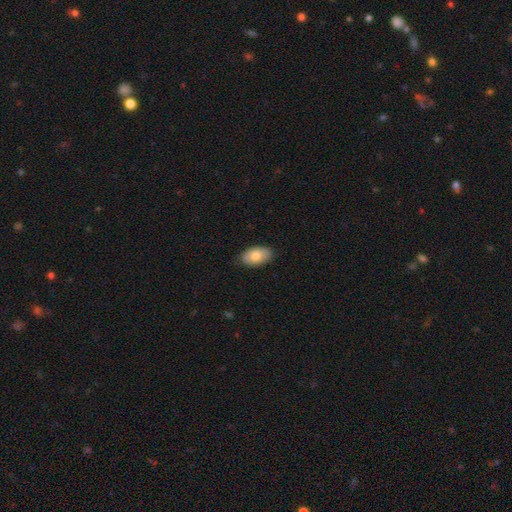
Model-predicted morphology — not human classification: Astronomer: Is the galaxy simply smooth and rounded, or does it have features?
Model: smooth — 76%.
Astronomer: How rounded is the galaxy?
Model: in between — 94%.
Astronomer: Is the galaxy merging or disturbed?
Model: none — 82%.